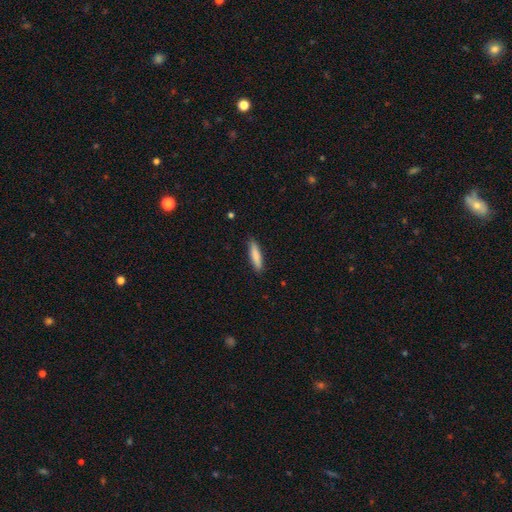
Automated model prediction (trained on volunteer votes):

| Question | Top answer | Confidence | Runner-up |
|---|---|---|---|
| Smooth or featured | smooth | 85% | featured or disk (10%) |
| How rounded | cigar-shaped | 78% | in between (20%) |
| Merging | none | 87% | minor disturbance (10%) |